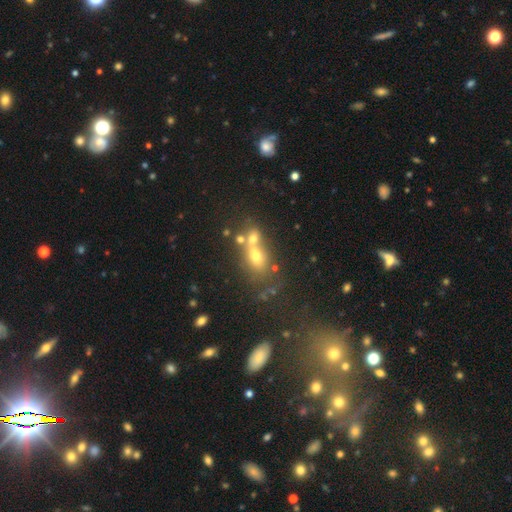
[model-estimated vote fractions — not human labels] Smooth or featured? Predicted: smooth (p=0.50). How rounded? Predicted: round (p=0.52). Merging? Predicted: merger (p=0.48).